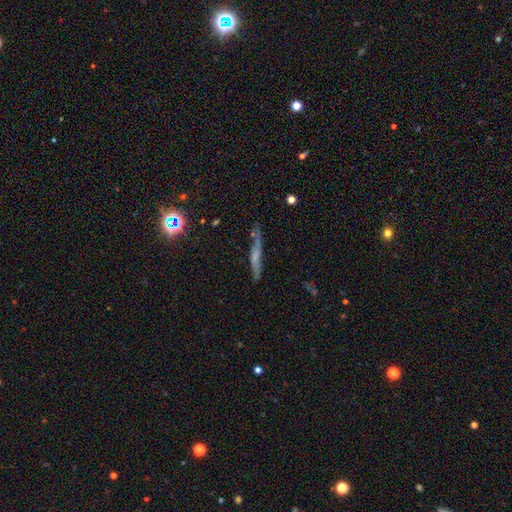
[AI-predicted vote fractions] smooth-or-featured: featured or disk: 48% | smooth: 39% | star or artifact: 14%
  merging: none: 68% | minor disturbance: 22% | major disturbance: 7% | merger: 4%